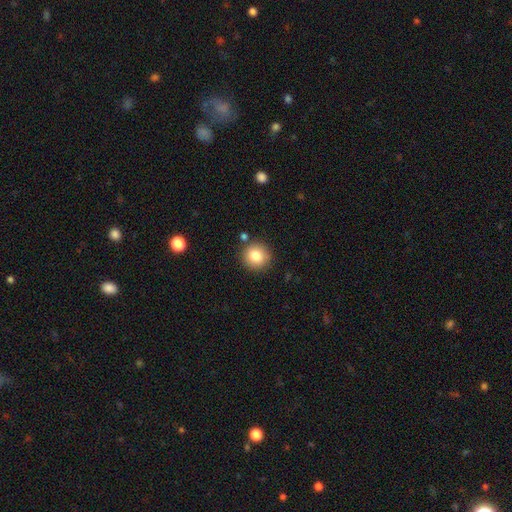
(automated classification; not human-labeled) A smooth galaxy with no disk features (81%) that is round (91%).

Vote fractions:
- Smooth or featured? smooth: 81% / star or artifact: 10% / featured or disk: 8%
- How rounded? round: 91% / in between: 8% / cigar-shaped: 1%
- Merging? none: 86% / minor disturbance: 8% / merger: 4% / major disturbance: 2%